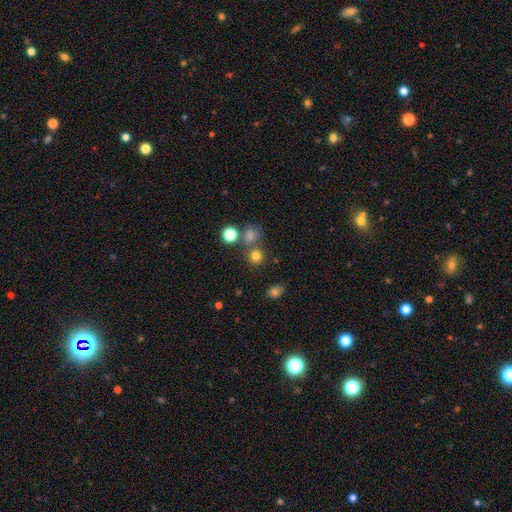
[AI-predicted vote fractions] smooth-or-featured: smooth: 76% | star or artifact: 17% | featured or disk: 6%
  how-rounded: round: 87% | in between: 12% | cigar-shaped: 1%
  merging: none: 69% | merger: 18% | minor disturbance: 9% | major disturbance: 4%